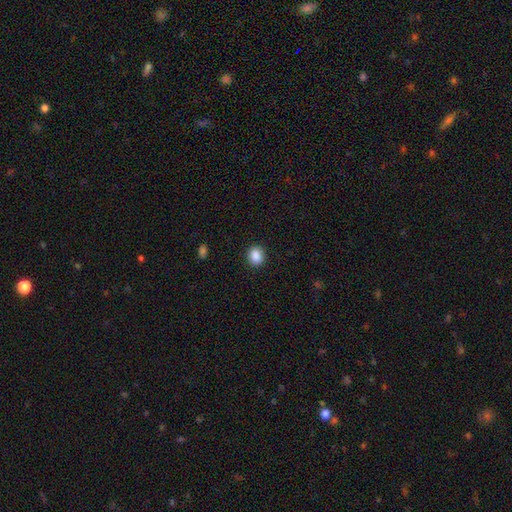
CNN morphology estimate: type=smooth (88%); roundness=round (69%); merging=none (90%).